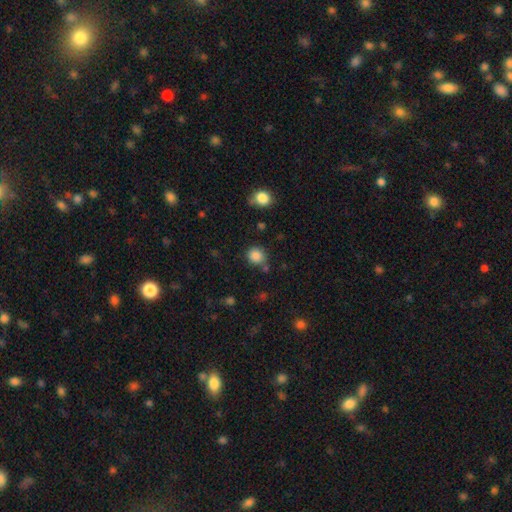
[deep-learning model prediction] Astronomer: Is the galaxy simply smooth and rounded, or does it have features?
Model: smooth — 85%.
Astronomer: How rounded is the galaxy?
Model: round — 86%.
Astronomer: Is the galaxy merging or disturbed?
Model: none — 78%.